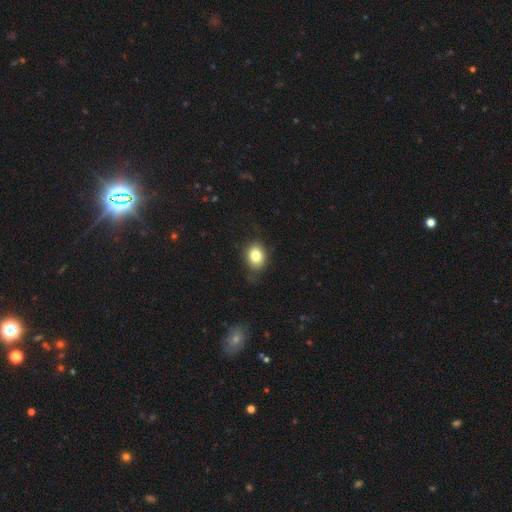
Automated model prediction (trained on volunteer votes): A smooth galaxy with no disk features (83%) that is in between round and cigar-shaped (59%). Merging: none (76%).